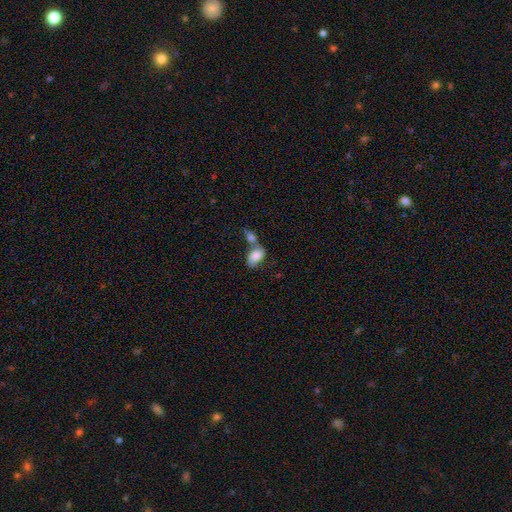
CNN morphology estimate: A smooth galaxy with no disk features (64%) that is in between round and cigar-shaped (85%). Merging: merger (56%).